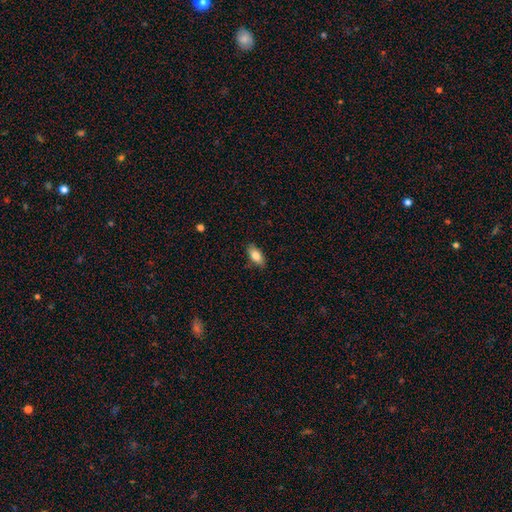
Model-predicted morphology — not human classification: Smooth or featured? smooth (81%)
How rounded? in between (87%)
Merging? none (85%)